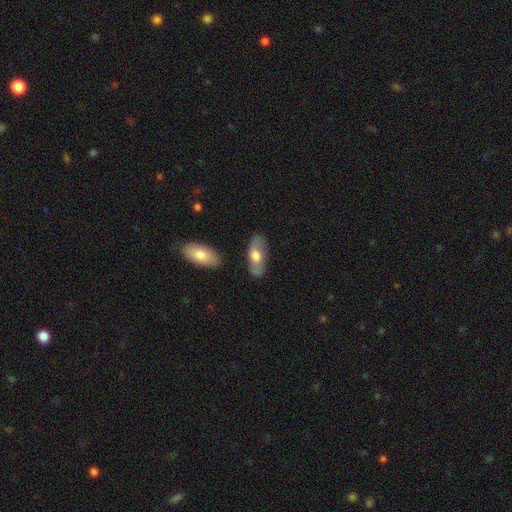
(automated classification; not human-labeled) Smooth or featured: smooth — 57% (featured or disk — 38%)
How rounded: in between — 85% (cigar-shaped — 12%)
Merging: none — 79% (minor disturbance — 14%)